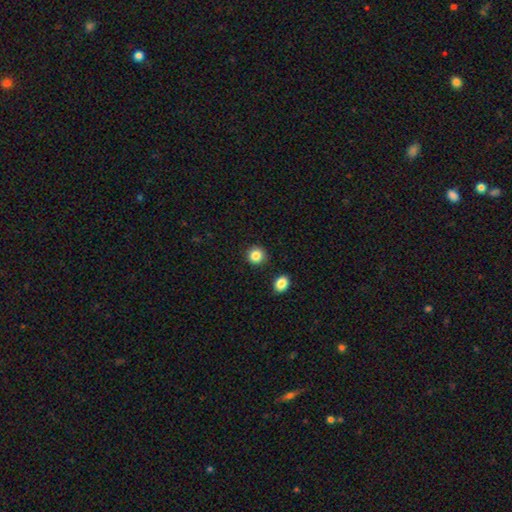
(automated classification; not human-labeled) Smooth or featured: smooth — 86% (star or artifact — 10%)
How rounded: round — 91% (in between — 8%)
Merging: none — 90% (minor disturbance — 6%)